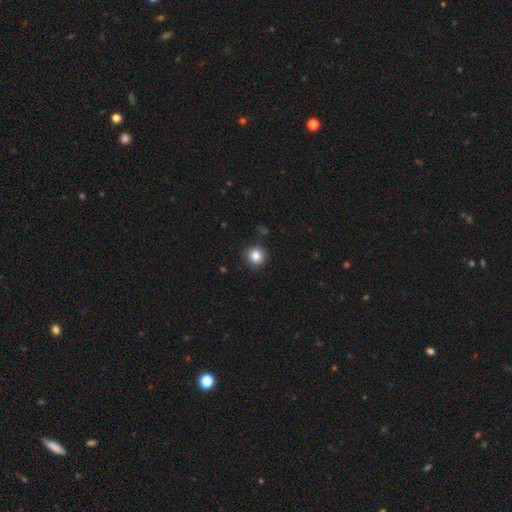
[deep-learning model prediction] Overall: smooth (84%). How rounded: round (91%). Merging: none (87%).